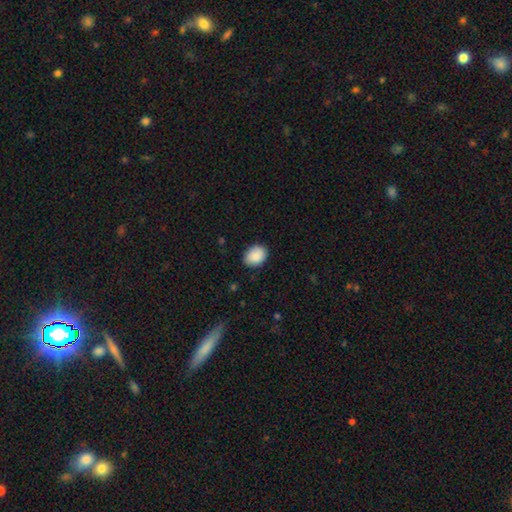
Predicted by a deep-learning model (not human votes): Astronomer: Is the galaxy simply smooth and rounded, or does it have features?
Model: smooth — 90%.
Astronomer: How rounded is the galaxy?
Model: in between — 65%.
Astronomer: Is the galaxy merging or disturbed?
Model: none — 86%.